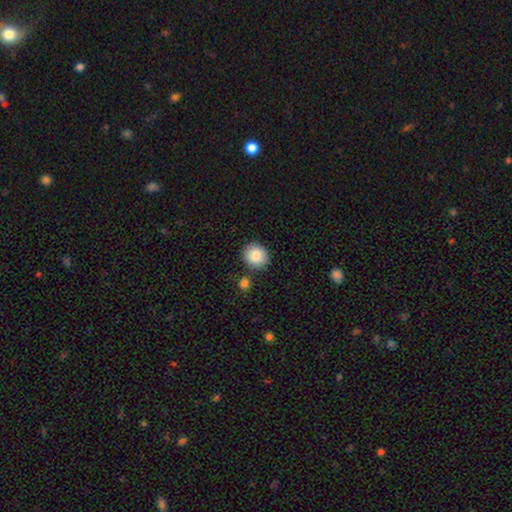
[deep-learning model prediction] This is clearly a smooth galaxy (86%). How rounded: clearly round (80%). Merging: clearly none (80%).